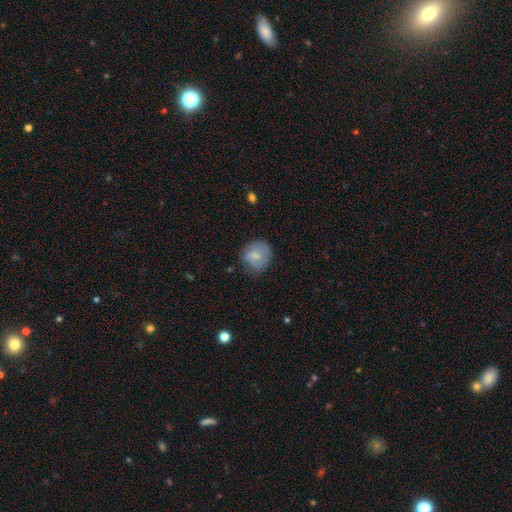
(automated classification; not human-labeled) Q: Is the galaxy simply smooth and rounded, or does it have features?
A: smooth — 69%.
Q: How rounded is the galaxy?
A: round — 78%.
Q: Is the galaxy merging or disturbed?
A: none — 67%.